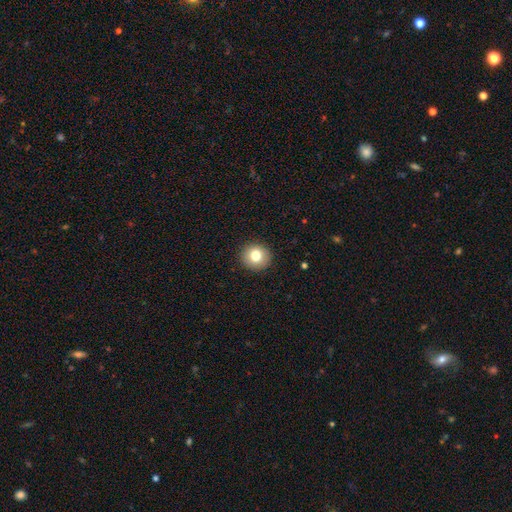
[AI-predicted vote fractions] Smooth or featured?
  - smooth: 79% *
  - featured or disk: 11%
  - star or artifact: 10%
How rounded?
  - round: 92% *
  - in between: 7%
  - cigar-shaped: 1%
Merging?
  - none: 92% *
  - minor disturbance: 5%
  - major disturbance: 2%
  - merger: 1%